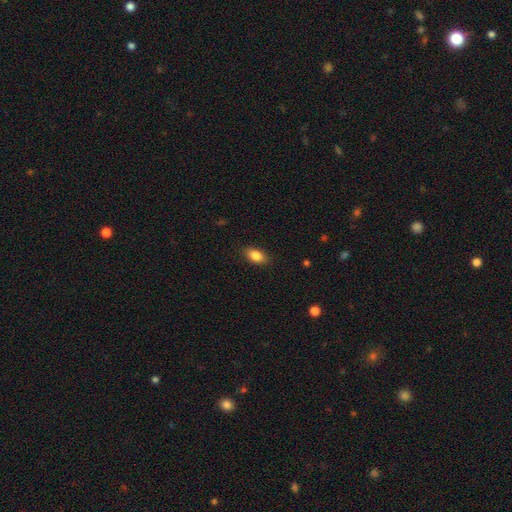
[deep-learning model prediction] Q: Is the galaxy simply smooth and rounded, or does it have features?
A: smooth — 85%.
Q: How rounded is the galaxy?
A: in between — 89%.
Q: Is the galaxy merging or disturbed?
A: none — 87%.